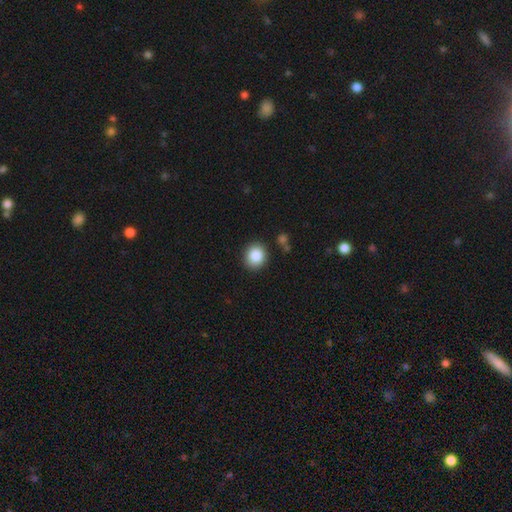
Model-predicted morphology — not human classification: type=smooth (86%); roundness=round (80%); merging=none (87%).